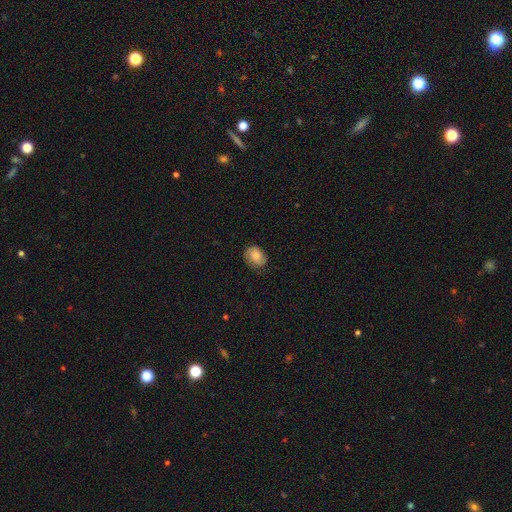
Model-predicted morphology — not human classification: This appears to be a smooth galaxy with no disk features (74%) that is in between round and cigar-shaped (67%). Merging: none (71%).